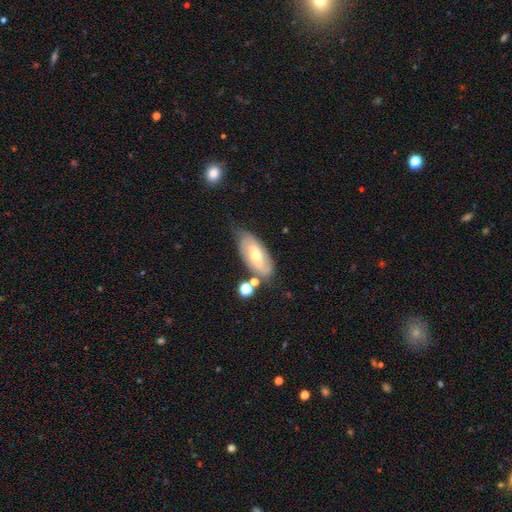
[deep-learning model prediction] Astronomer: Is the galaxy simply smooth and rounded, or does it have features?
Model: featured or disk — 59% (runner-up: smooth, 34%).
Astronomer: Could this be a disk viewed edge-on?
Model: no — 89%.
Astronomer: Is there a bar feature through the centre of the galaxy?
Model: weak — 44% (runner-up: no, 35%).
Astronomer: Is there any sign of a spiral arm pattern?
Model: yes — 82%.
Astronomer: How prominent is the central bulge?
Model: moderate — 55% (runner-up: small, 39%).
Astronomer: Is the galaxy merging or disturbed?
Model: none — 59%.